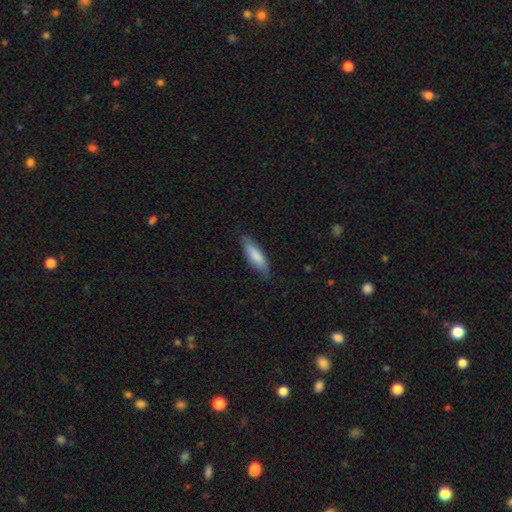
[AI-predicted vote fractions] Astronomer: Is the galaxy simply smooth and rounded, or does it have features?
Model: smooth — 79%.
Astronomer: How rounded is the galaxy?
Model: cigar-shaped — 51% (runner-up: in between, 48%).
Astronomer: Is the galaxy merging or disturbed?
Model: none — 77%.